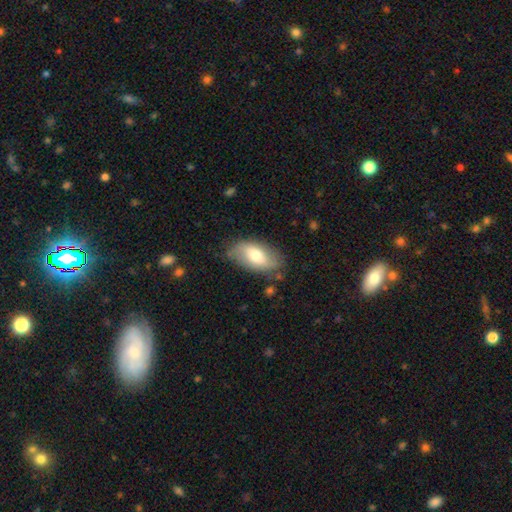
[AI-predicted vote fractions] Smooth or featured? smooth (67%)
How rounded? in between (93%)
Merging? none (74%)